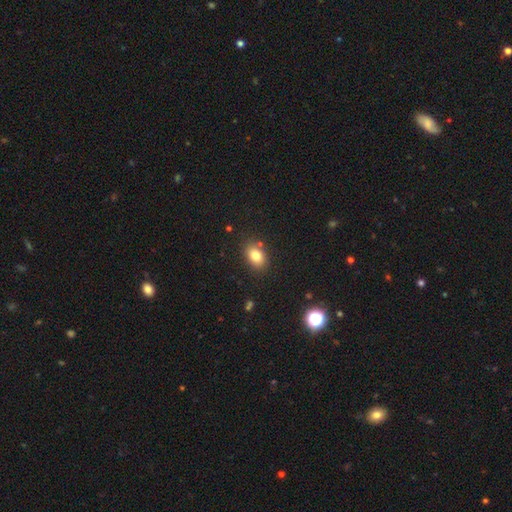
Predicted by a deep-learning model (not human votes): smooth-or-featured: smooth: 81% | star or artifact: 11% | featured or disk: 8%
  how-rounded: in between: 75% | round: 24% | cigar-shaped: 1%
  merging: none: 82% | minor disturbance: 11% | merger: 4% | major disturbance: 3%